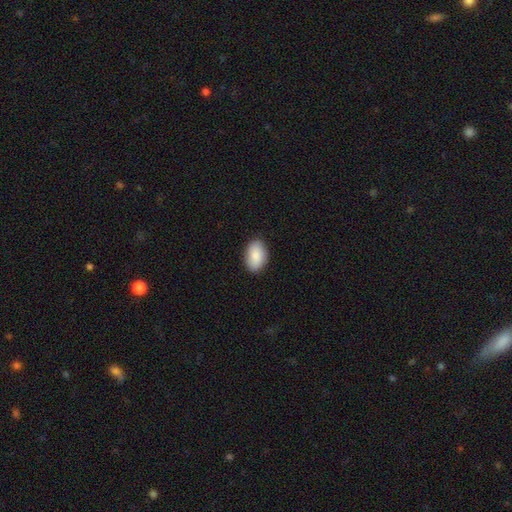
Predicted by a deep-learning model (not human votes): smooth 88%, star or artifact 6%, featured or disk 6%. Down the decision tree: how rounded — in between (91%); merging — none (88%).